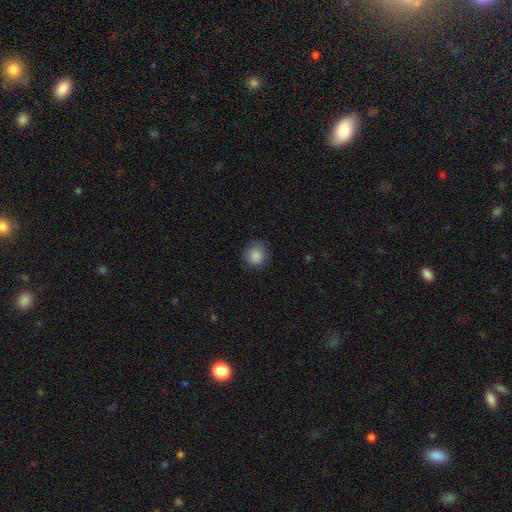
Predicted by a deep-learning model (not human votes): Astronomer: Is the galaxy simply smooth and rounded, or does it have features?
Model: smooth — 87%.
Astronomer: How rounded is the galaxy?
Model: round — 84%.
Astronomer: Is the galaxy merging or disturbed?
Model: none — 80%.